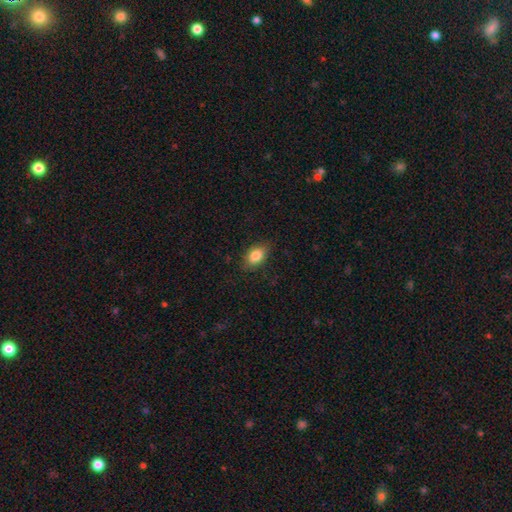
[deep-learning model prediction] This is clearly a smooth galaxy (83%). How rounded: clearly in between (84%). Merging: clearly none (82%).